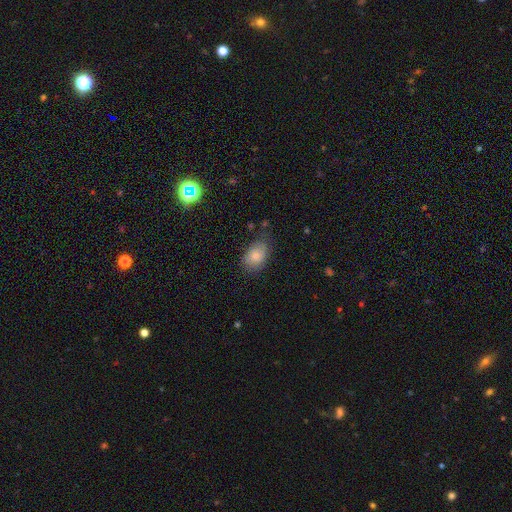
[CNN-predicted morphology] Smooth or featured? smooth (77%)
How rounded? in between (83%)
Merging? none (68%)